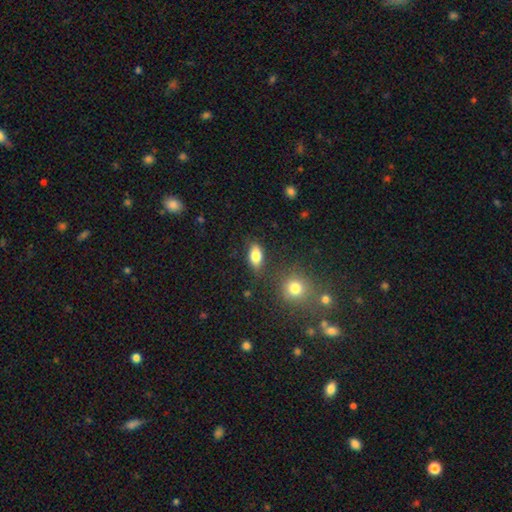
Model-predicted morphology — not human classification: Smooth or featured? smooth (82%)
How rounded? in between (87%)
Merging? none (78%)